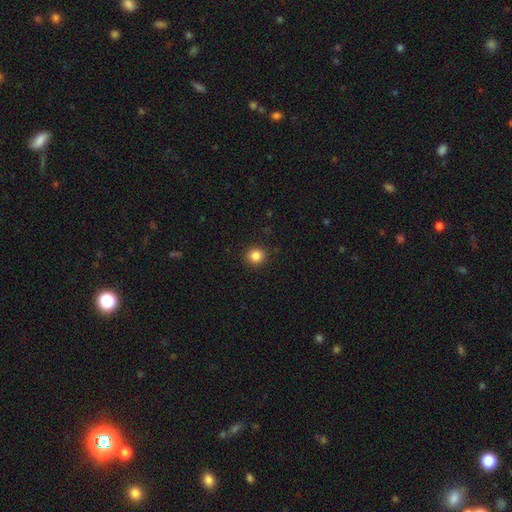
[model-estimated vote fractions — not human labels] Smooth or featured? Predicted: smooth (p=0.85). How rounded? Predicted: round (p=0.90). Merging? Predicted: none (p=0.91).